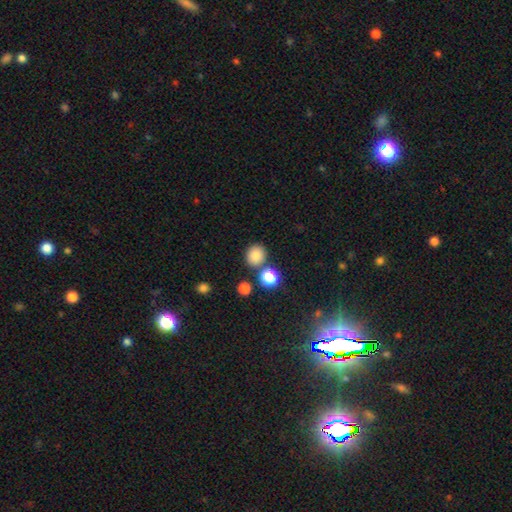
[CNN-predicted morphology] smooth_or_featured: smooth (p=0.83) [alt: star or artifact p=0.12]
how_rounded: round (p=0.77) [alt: in between p=0.22]
merging: none (p=0.77) [alt: merger p=0.11]